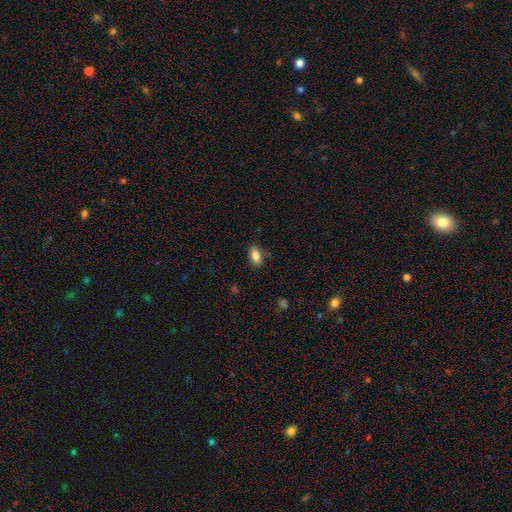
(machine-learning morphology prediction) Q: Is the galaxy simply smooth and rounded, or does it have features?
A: smooth — 84%.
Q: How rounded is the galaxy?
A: in between — 90%.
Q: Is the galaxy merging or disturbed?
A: none — 82%.